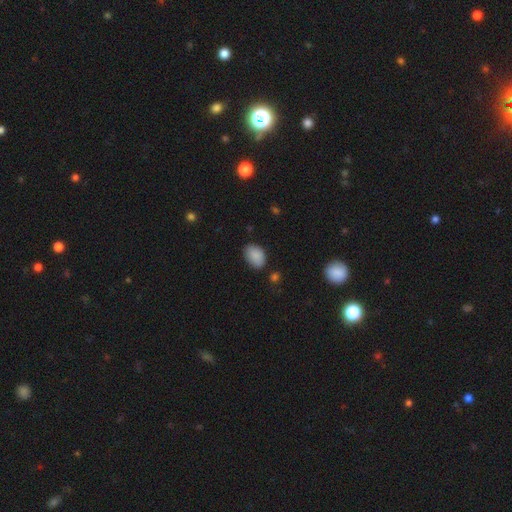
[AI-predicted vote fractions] smooth_or_featured: smooth (p=0.88) [alt: star or artifact p=0.08]
how_rounded: in between (p=0.82) [alt: round p=0.17]
merging: none (p=0.76) [alt: minor disturbance p=0.18]